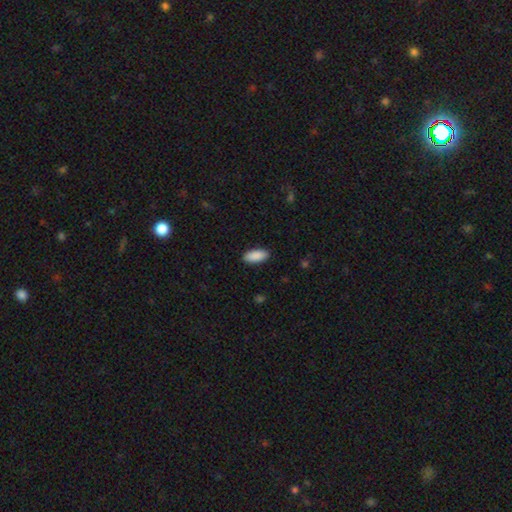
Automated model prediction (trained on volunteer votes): Smooth or featured: smooth — 91% (star or artifact — 6%)
How rounded: in between — 89% (cigar-shaped — 10%)
Merging: none — 90% (minor disturbance — 7%)